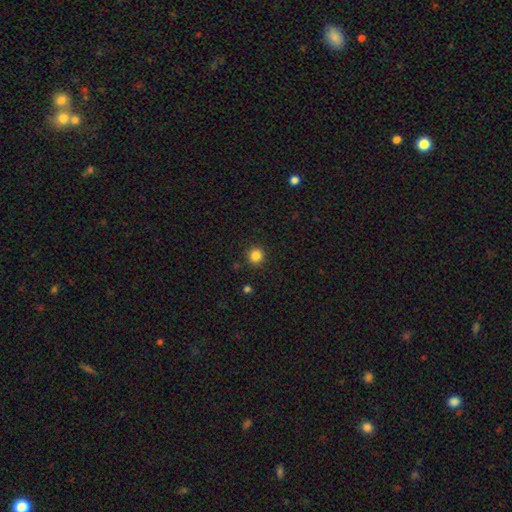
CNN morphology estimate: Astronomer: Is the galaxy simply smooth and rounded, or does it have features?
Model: smooth — 84%.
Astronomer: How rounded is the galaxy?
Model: round — 93%.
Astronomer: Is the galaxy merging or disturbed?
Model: none — 91%.